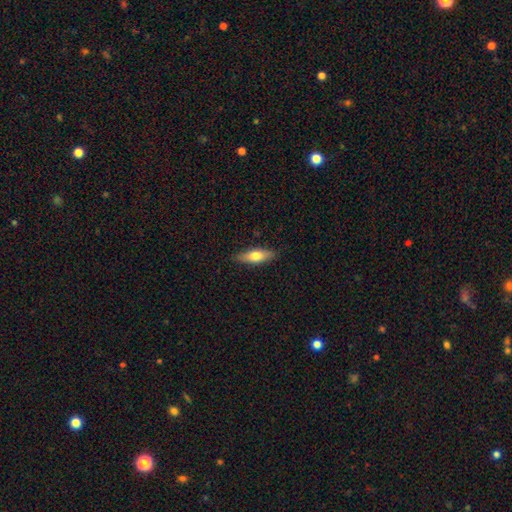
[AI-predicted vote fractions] smooth-or-featured: smooth: 66% | featured or disk: 28% | star or artifact: 6%
  how-rounded: in between: 55% | cigar-shaped: 42% | round: 3%
  merging: none: 86% | minor disturbance: 11% | major disturbance: 2% | merger: 1%